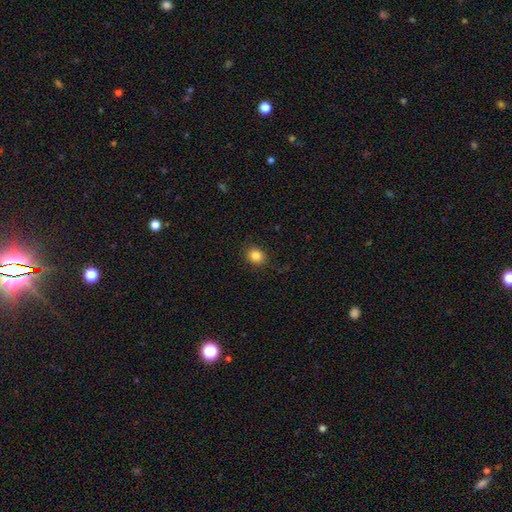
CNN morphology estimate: Smooth or featured?
  - smooth: 85% *
  - star or artifact: 11%
  - featured or disk: 5%
How rounded?
  - round: 60% *
  - in between: 39%
  - cigar-shaped: 1%
Merging?
  - none: 88% *
  - minor disturbance: 9%
  - major disturbance: 2%
  - merger: 1%